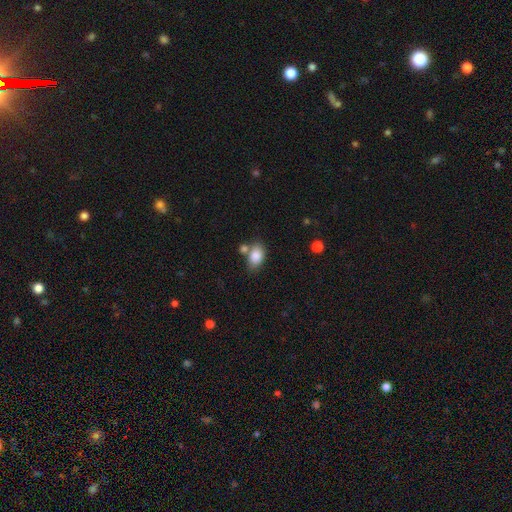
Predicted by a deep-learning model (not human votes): Q: Smooth or featured?
A: smooth (85%); runner-up: star or artifact (8%)
Q: How rounded?
A: in between (86%); runner-up: round (12%)
Q: Merging?
A: none (59%); runner-up: merger (22%)